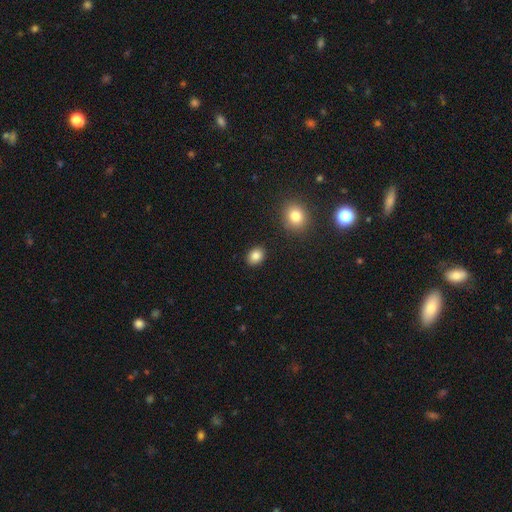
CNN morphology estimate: The model was most divided on "how rounded": in between: 56%, round: 43%, cigar-shaped: 1%. More confident: merging — none (89%); smooth or featured — smooth (85%).